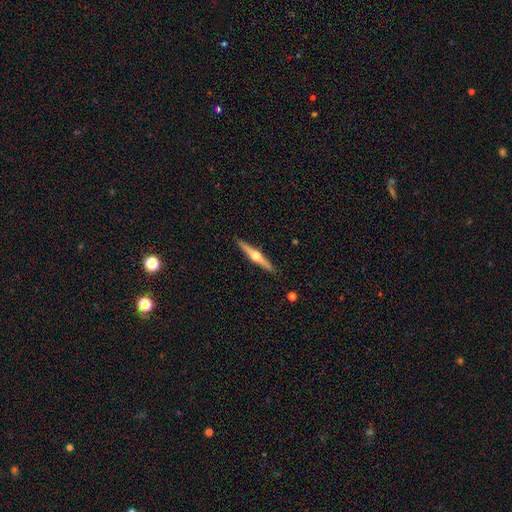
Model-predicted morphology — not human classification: Smooth or featured? featured or disk (76%)
Edge-on disk? yes (98%)
Edge-on bulge? rounded (96%)
Merging? none (92%)